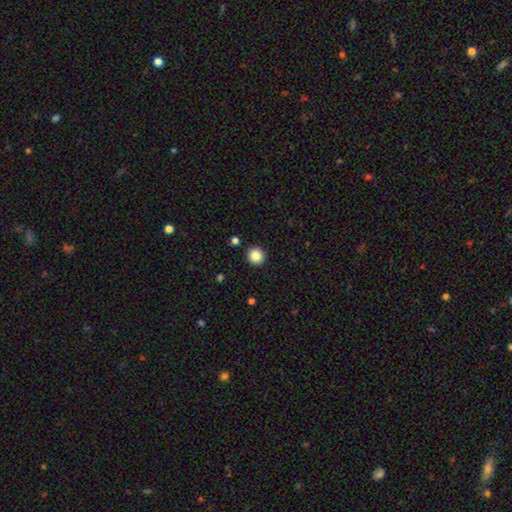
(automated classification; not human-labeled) Smooth or featured? smooth (86%)
How rounded? round (94%)
Merging? none (92%)